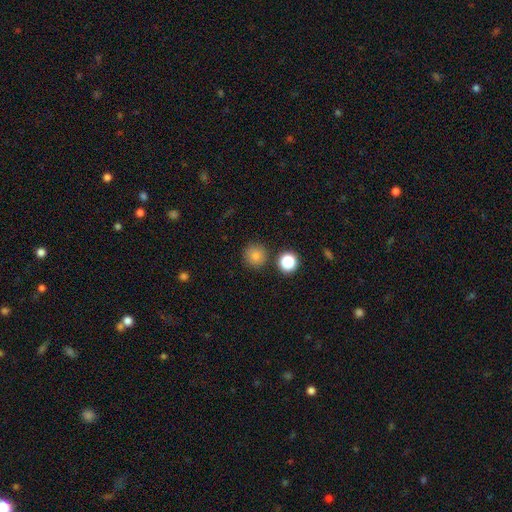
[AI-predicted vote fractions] Smooth or featured? smooth (81%)
How rounded? round (94%)
Merging? none (86%)